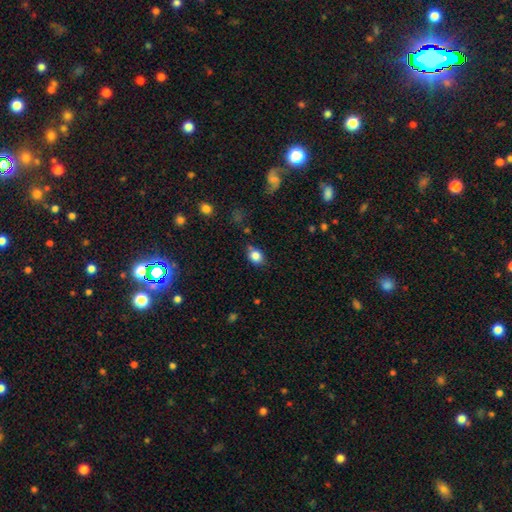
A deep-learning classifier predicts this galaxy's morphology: The model was most divided on "how rounded": round: 50%, in between: 49%, cigar-shaped: 1%. More confident: smooth or featured — smooth (84%); merging — none (71%).